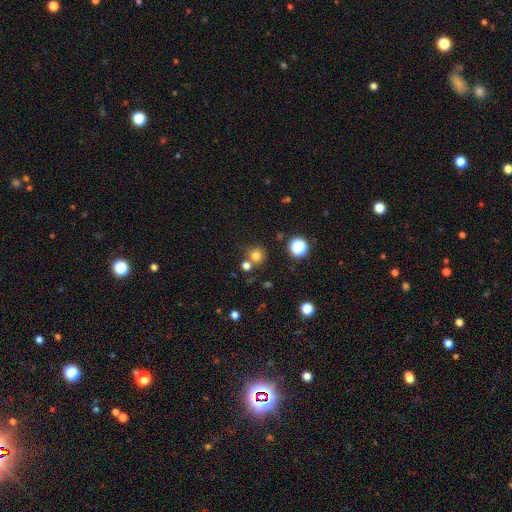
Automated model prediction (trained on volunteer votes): smooth_or_featured: smooth (p=0.76) [alt: star or artifact p=0.18]
how_rounded: round (p=0.91) [alt: in between p=0.08]
merging: none (p=0.71) [alt: merger p=0.17]